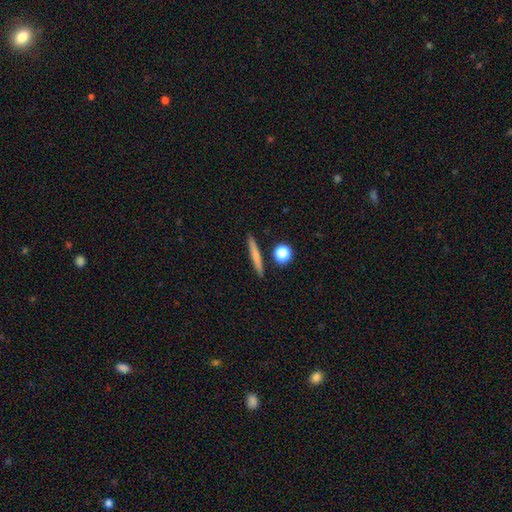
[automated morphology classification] smooth-or-featured: smooth: 68% | featured or disk: 24% | star or artifact: 8%
  how-rounded: cigar-shaped: 89% | round: 6% | in between: 5%
  merging: none: 89% | minor disturbance: 6% | merger: 3% | major disturbance: 2%